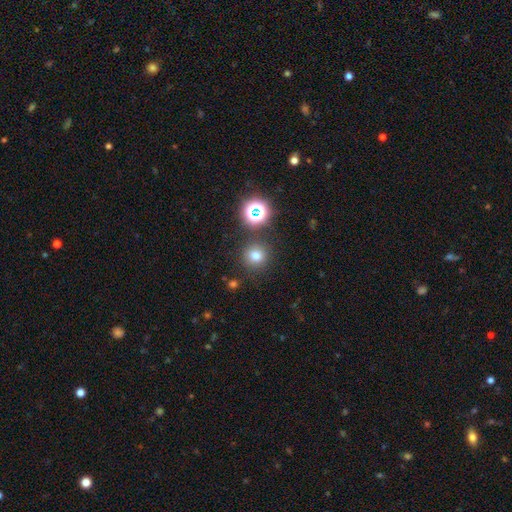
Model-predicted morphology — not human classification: This is likely a smooth galaxy (71%). How rounded: clearly round (93%). Merging: clearly none (85%).